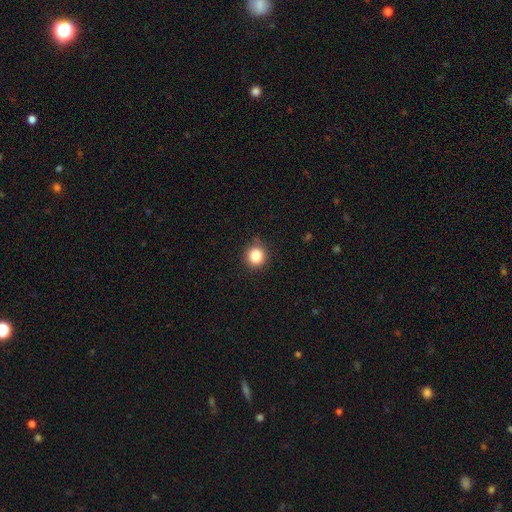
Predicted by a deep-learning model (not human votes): A smooth galaxy with no disk features (85%) that is round (92%). Merging: none (87%).